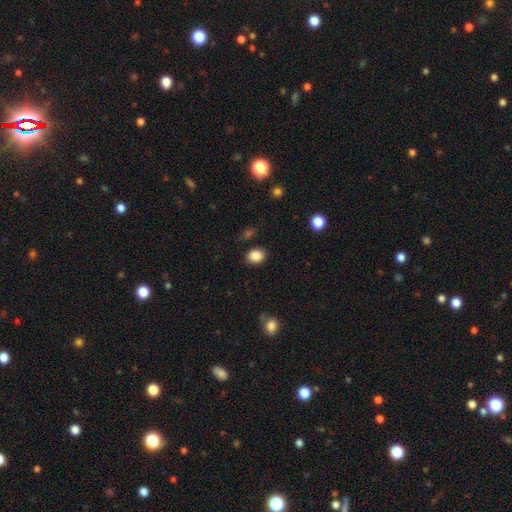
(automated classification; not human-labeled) Q: Smooth or featured?
A: smooth (87%); runner-up: star or artifact (9%)
Q: How rounded?
A: in between (52%); runner-up: round (47%)
Q: Merging?
A: none (86%); runner-up: minor disturbance (9%)